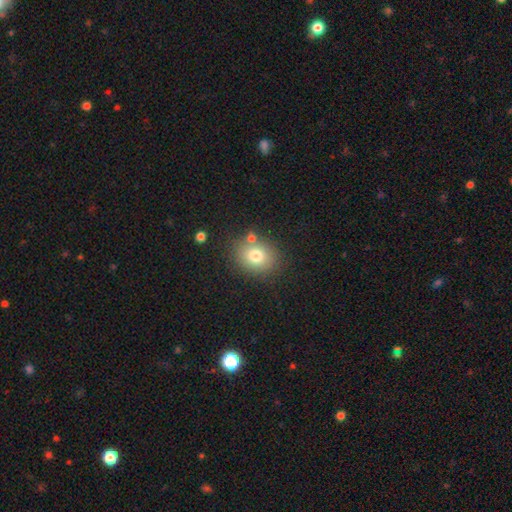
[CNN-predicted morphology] smooth_or_featured: smooth (p=0.77) [alt: star or artifact p=0.11]
how_rounded: round (p=0.58) [alt: in between p=0.41]
merging: none (p=0.75) [alt: minor disturbance p=0.12]